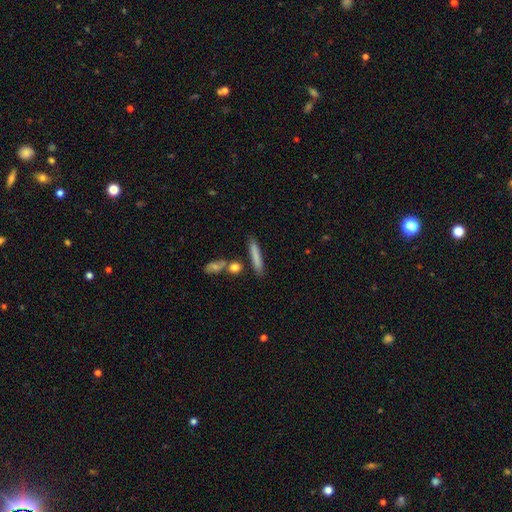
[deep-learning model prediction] This is likely a smooth galaxy (77%). How rounded: clearly cigar-shaped (90%). Merging: likely none (79%).